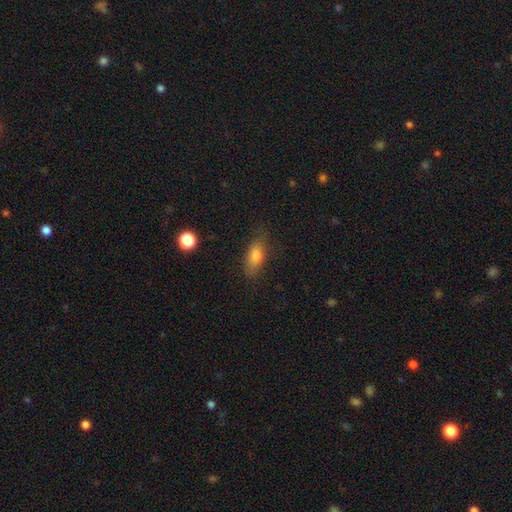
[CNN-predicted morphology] A smooth galaxy with no disk features (80%) that is in between round and cigar-shaped (80%).

Vote fractions:
- Smooth or featured? smooth: 80% / featured or disk: 12% / star or artifact: 9%
- How rounded? in between: 80% / cigar-shaped: 14% / round: 5%
- Merging? none: 76% / minor disturbance: 17% / major disturbance: 5% / merger: 1%